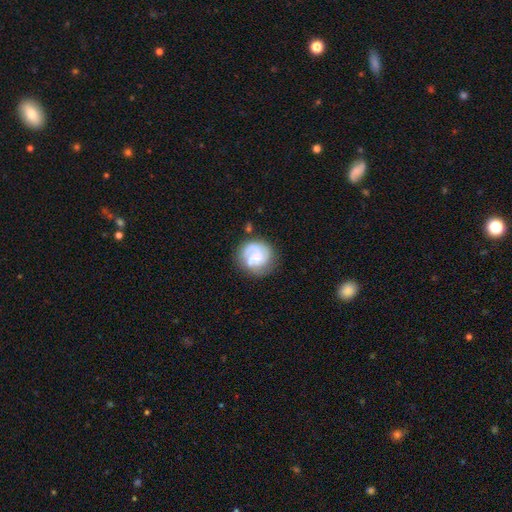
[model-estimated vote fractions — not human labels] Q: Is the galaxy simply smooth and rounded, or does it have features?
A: featured or disk — 72%.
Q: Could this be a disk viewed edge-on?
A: no — 98%.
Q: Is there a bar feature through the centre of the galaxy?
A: no — 66%.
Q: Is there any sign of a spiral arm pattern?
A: yes — 93%.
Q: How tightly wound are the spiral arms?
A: tight — 54%.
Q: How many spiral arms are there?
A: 3 — 35%.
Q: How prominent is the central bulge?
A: small — 37%.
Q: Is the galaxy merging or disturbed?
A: none — 71%.